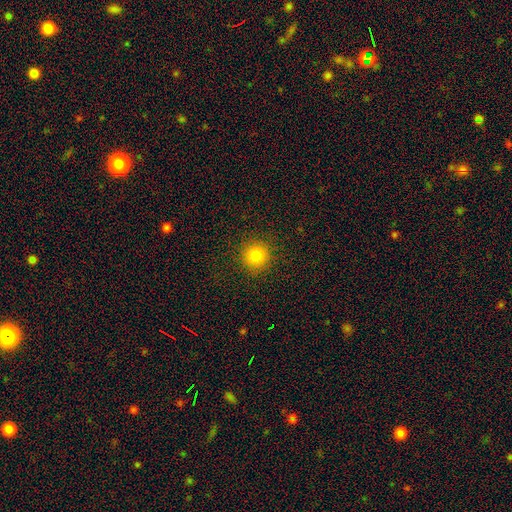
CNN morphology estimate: smooth_or_featured: smooth (p=0.82) [alt: star or artifact p=0.12]
how_rounded: round (p=0.94) [alt: in between p=0.05]
merging: none (p=0.90) [alt: minor disturbance p=0.06]